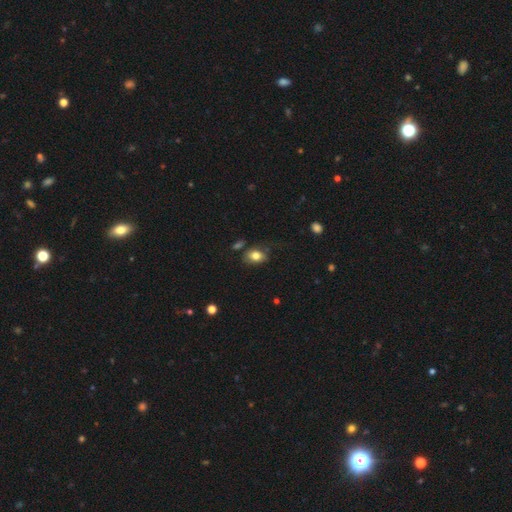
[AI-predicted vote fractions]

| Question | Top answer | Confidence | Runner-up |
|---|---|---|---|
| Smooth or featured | smooth | 79% | featured or disk (12%) |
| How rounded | in between | 78% | round (20%) |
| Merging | none | 62% | minor disturbance (24%) |